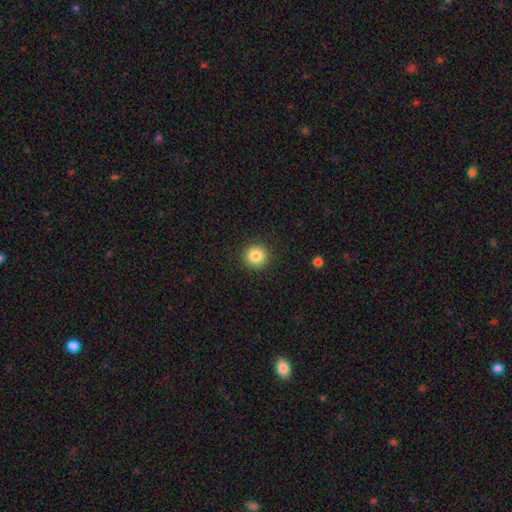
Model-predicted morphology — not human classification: Smooth or featured? smooth (85%)
How rounded? round (94%)
Merging? none (91%)